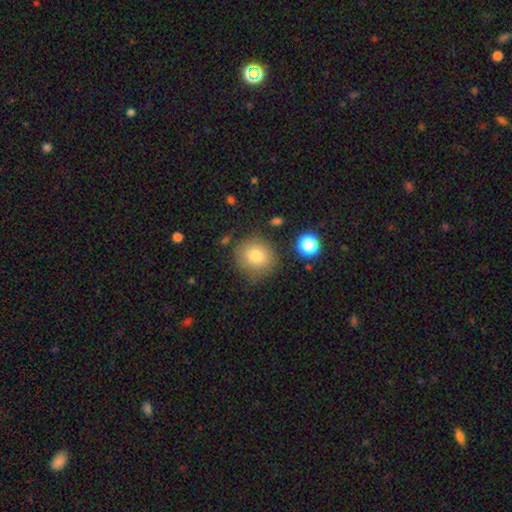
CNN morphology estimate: Q: Smooth or featured?
A: smooth (81%); runner-up: star or artifact (11%)
Q: How rounded?
A: round (89%); runner-up: in between (10%)
Q: Merging?
A: none (80%); runner-up: minor disturbance (13%)